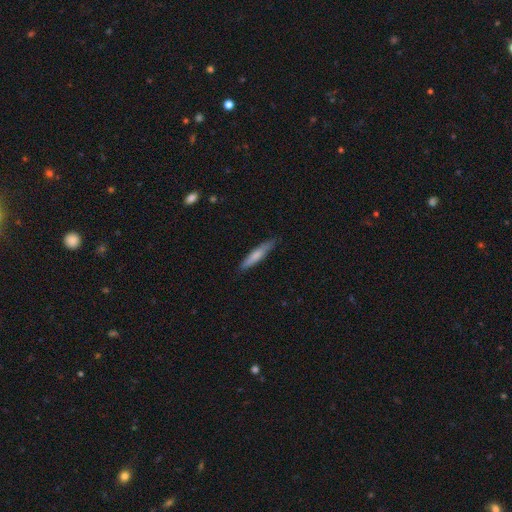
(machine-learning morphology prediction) Smooth or featured?
  - smooth: 70% *
  - featured or disk: 25%
  - star or artifact: 6%
How rounded?
  - cigar-shaped: 90% *
  - in between: 9%
  - round: 1%
Merging?
  - none: 86% *
  - minor disturbance: 11%
  - major disturbance: 2%
  - merger: 1%